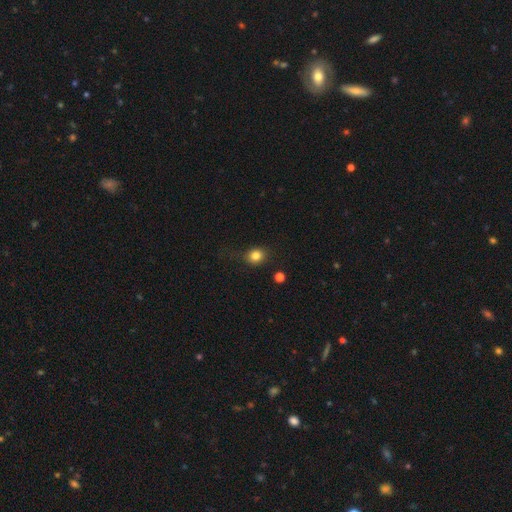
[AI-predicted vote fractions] Smooth or featured?
  - smooth: 82% *
  - star or artifact: 12%
  - featured or disk: 7%
How rounded?
  - round: 71% *
  - in between: 28%
  - cigar-shaped: 1%
Merging?
  - none: 76% *
  - minor disturbance: 16%
  - major disturbance: 6%
  - merger: 2%